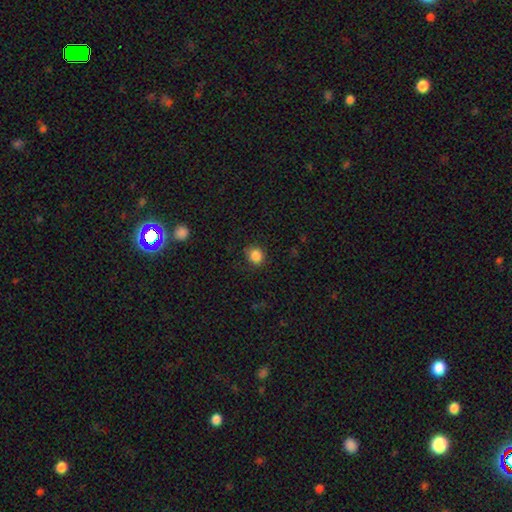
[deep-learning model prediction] Smooth or featured? Predicted: smooth (p=0.86). How rounded? Predicted: round (p=0.79). Merging? Predicted: none (p=0.82).